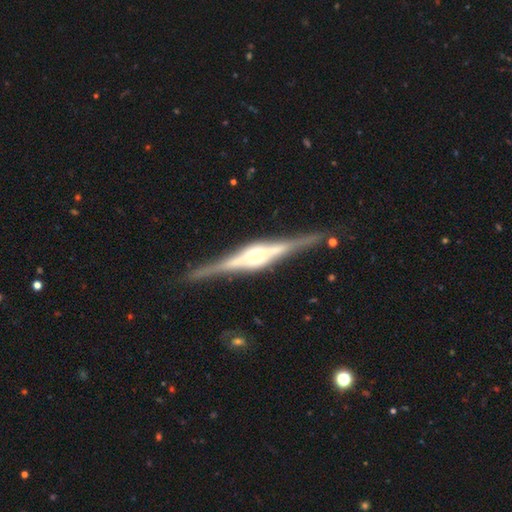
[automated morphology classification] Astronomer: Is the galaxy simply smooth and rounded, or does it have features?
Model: featured or disk — 89%.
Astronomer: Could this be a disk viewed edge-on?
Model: yes — 98%.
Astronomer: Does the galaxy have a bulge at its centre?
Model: rounded — 67%.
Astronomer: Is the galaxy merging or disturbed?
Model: none — 87%.